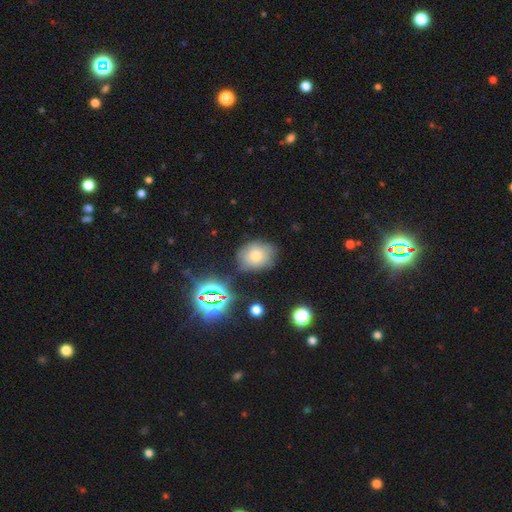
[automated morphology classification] type=smooth (60%); roundness=in between (50%); merging=none (74%).